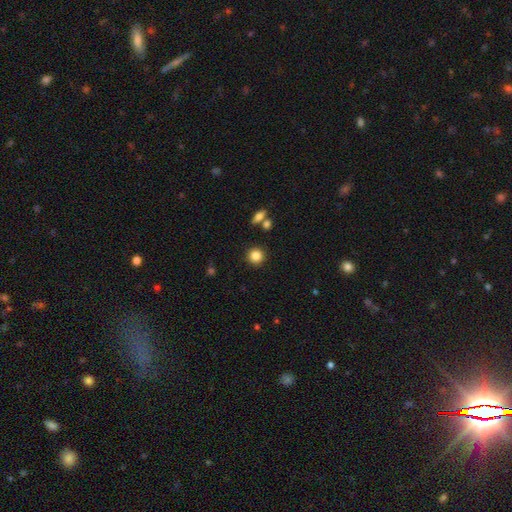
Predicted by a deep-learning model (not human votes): A smooth galaxy with no disk features (85%) that is round (92%). Merging: none (88%).